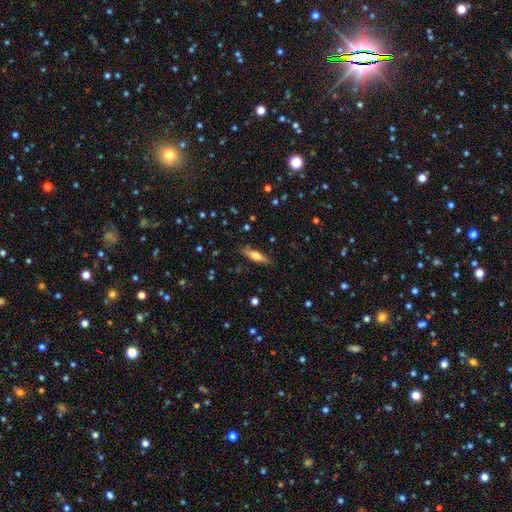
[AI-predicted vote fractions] A smooth galaxy with no disk features (62%) that is cigar-shaped (64%). Merging: none (83%).